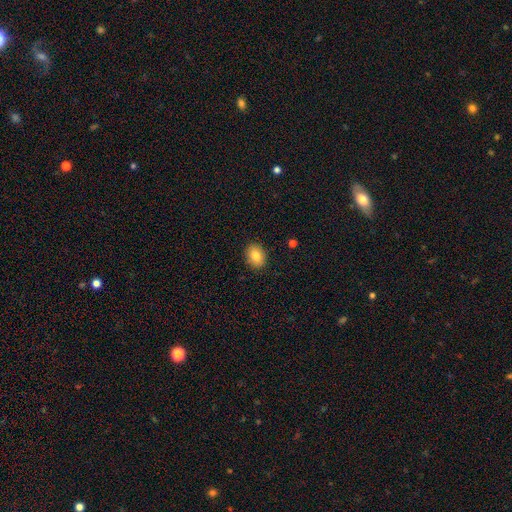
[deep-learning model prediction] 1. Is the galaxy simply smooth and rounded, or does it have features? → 84% smooth, 8% star or artifact, 8% featured or disk.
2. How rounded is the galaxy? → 65% in between, 34% round, 1% cigar-shaped.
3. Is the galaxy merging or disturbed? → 90% none, 7% minor disturbance, 2% major disturbance, 1% merger.